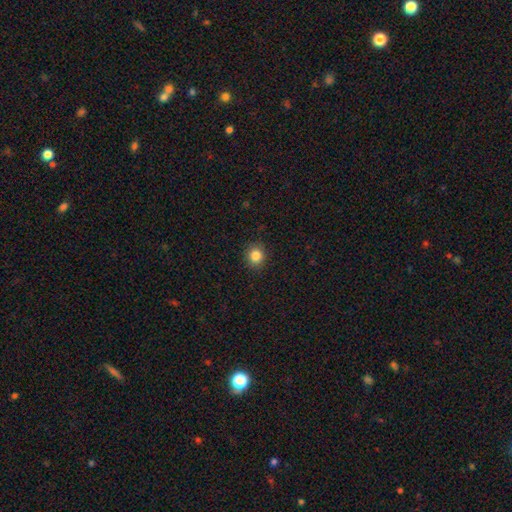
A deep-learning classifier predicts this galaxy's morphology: The model was most divided on "how rounded": round: 85%, in between: 15%, cigar-shaped: 1%. More confident: merging — none (90%); smooth or featured — smooth (84%).